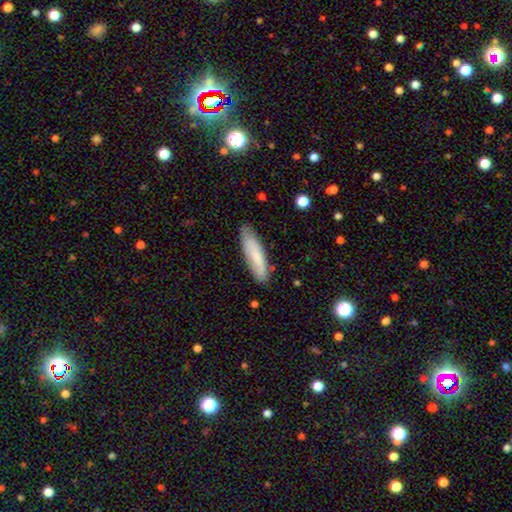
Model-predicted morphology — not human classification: Overall: smooth (75%). How rounded: cigar-shaped (69%). Merging: none (80%).